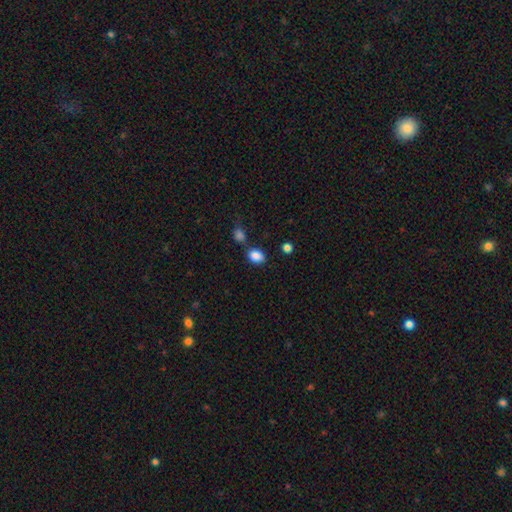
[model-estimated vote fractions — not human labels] The model was most divided on "how rounded": in between: 71%, round: 27%, cigar-shaped: 1%. More confident: smooth or featured — smooth (86%); merging — none (66%).